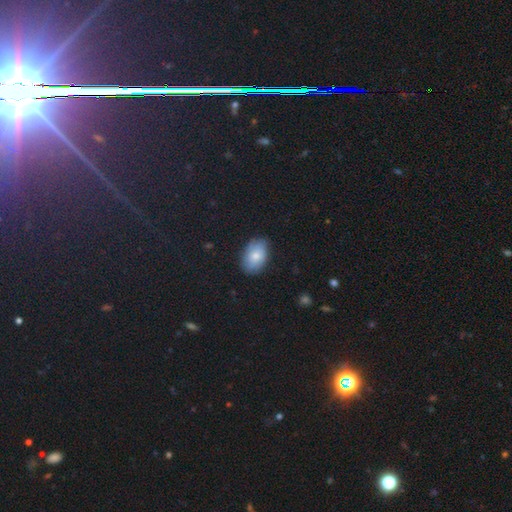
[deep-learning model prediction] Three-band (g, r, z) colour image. It shows a smooth galaxy with no disk features (79%) that is in between round and cigar-shaped (88%). Merging: none (83%).